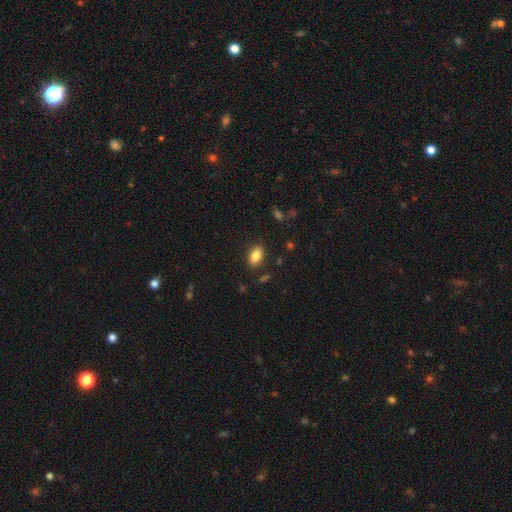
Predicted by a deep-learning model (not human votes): Smooth or featured: smooth — 84% (star or artifact — 8%)
How rounded: in between — 90% (round — 7%)
Merging: none — 86% (minor disturbance — 10%)